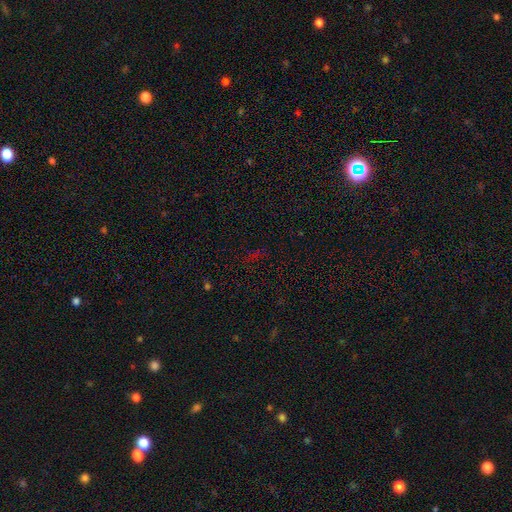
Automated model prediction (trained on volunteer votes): This appears to be a star or artifact, not a galaxy (64%).